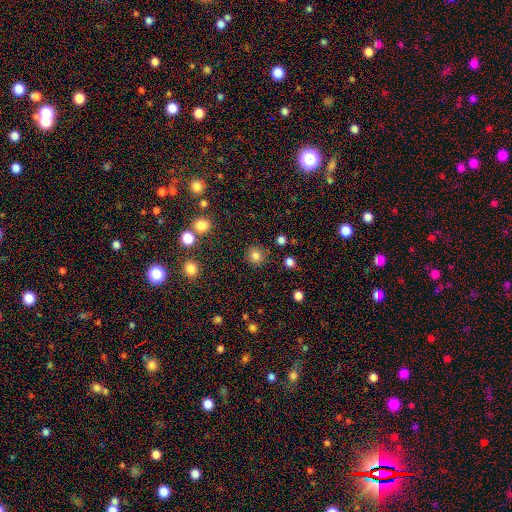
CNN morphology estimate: This appears to be a smooth galaxy with no disk features (82%) that is round (89%). Merging: none (87%).